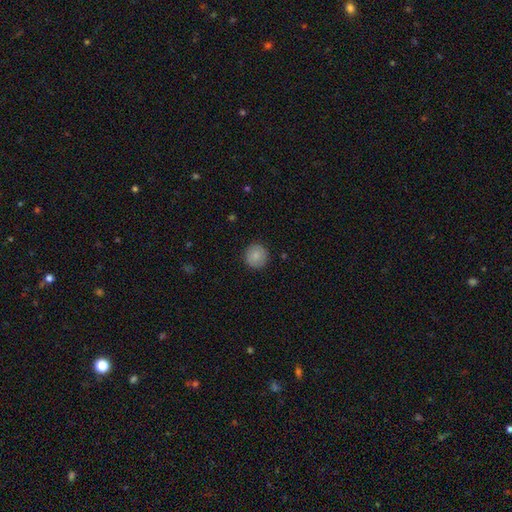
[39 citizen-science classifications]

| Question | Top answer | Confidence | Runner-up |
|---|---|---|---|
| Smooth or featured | smooth | 85% | featured or disk (15%) |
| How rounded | round | 97% | in between (3%) |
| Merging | none | 97% | minor disturbance (3%) |